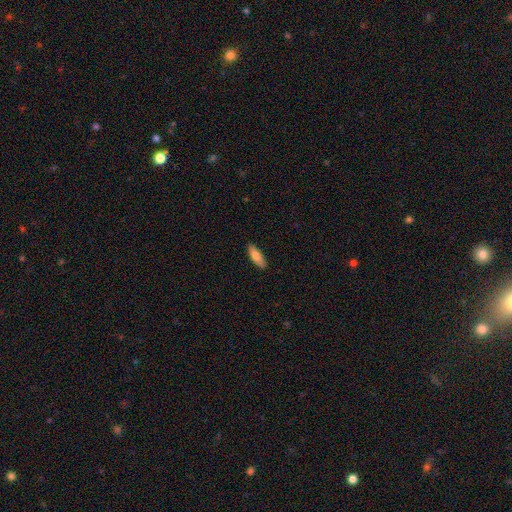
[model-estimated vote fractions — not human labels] Smooth or featured: smooth — 78% (featured or disk — 16%)
How rounded: in between — 58% (cigar-shaped — 40%)
Merging: none — 87% (minor disturbance — 10%)